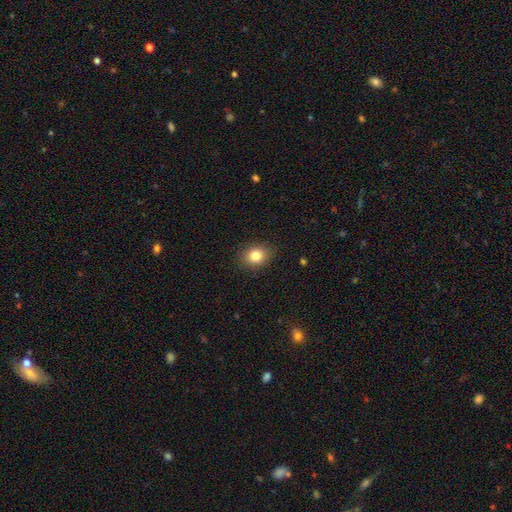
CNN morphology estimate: This appears to be a smooth galaxy with no disk features (83%) that is round (53%). Merging: none (87%).